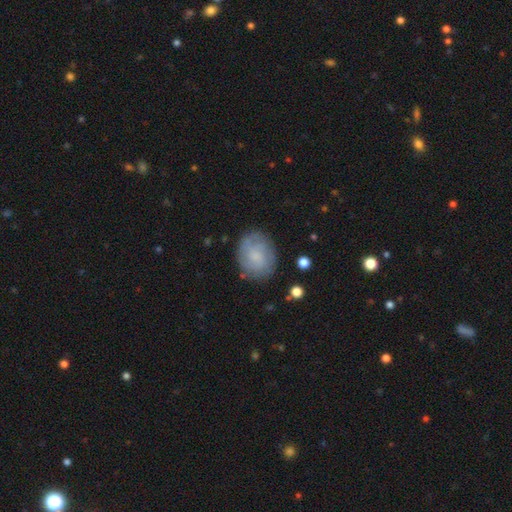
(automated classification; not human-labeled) smooth-or-featured: smooth: 47% | featured or disk: 44% | star or artifact: 8%
  merging: none: 78% | minor disturbance: 15% | major disturbance: 5% | merger: 2%